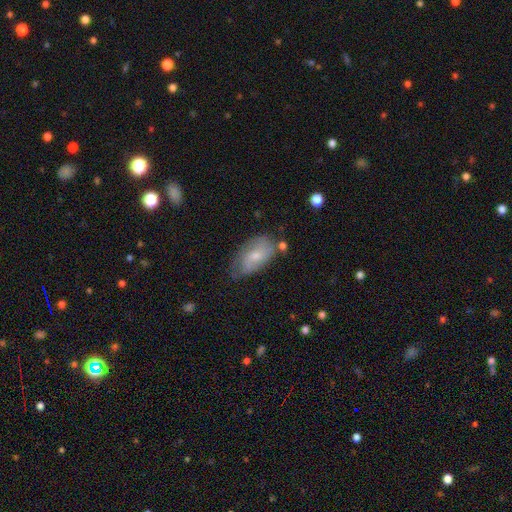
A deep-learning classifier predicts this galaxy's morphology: Smooth or featured?
  - smooth: 60% *
  - featured or disk: 33%
  - star or artifact: 7%
How rounded?
  - in between: 91% *
  - round: 5%
  - cigar-shaped: 4%
Merging?
  - none: 55% *
  - minor disturbance: 31%
  - major disturbance: 9%
  - merger: 5%